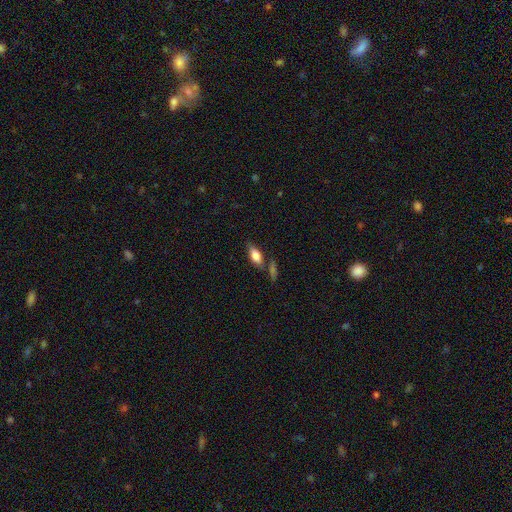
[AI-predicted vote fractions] smooth_or_featured: smooth (p=0.76) [alt: featured or disk p=0.17]
how_rounded: in between (p=0.84) [alt: cigar-shaped p=0.12]
merging: none (p=0.67) [alt: minor disturbance p=0.15]